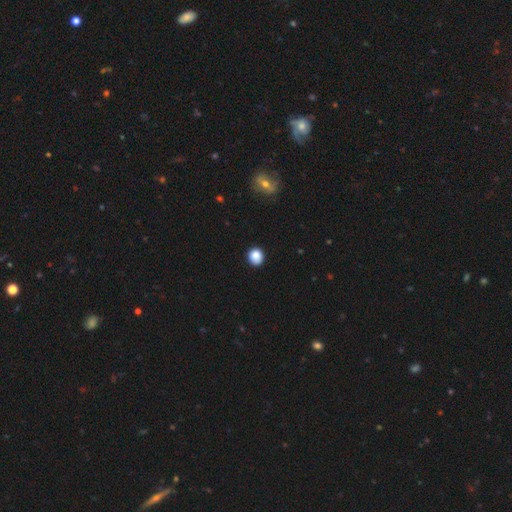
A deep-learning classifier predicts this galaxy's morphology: The model was most divided on "how rounded": round: 85%, in between: 14%, cigar-shaped: 1%. More confident: merging — none (88%); smooth or featured — smooth (87%).